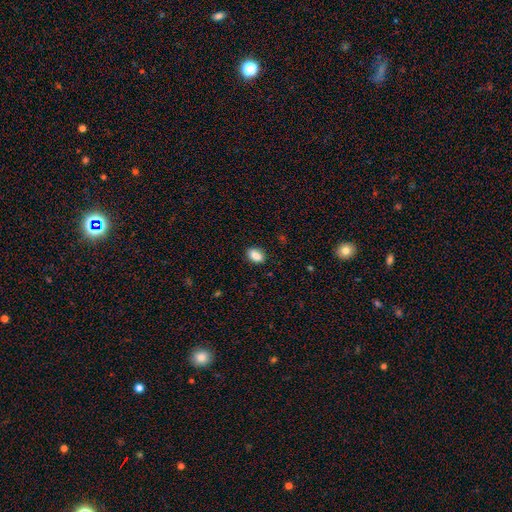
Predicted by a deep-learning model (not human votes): Smooth or featured?
  - smooth: 88% *
  - star or artifact: 8%
  - featured or disk: 4%
How rounded?
  - in between: 87% *
  - round: 10%
  - cigar-shaped: 3%
Merging?
  - none: 86% *
  - minor disturbance: 10%
  - major disturbance: 2%
  - merger: 1%